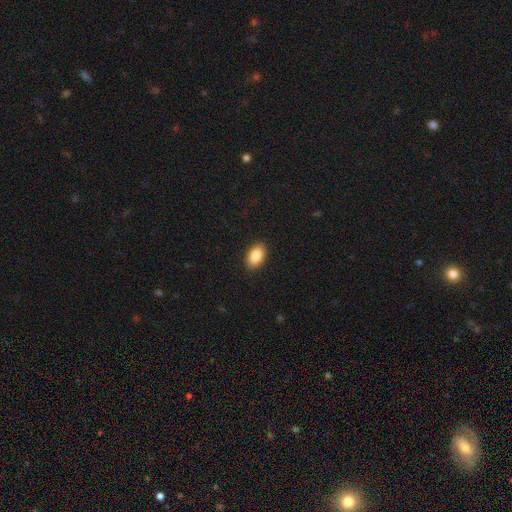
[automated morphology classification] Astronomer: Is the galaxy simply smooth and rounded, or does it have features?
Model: smooth — 87%.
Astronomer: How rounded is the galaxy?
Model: in between — 93%.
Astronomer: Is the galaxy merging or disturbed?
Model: none — 90%.